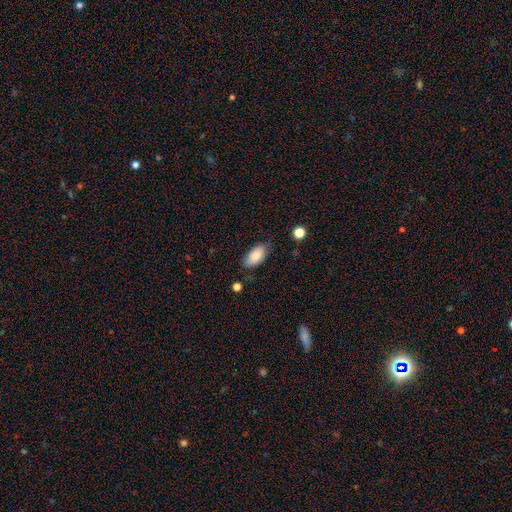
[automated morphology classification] Smooth or featured? smooth (85%)
How rounded? in between (94%)
Merging? none (72%)